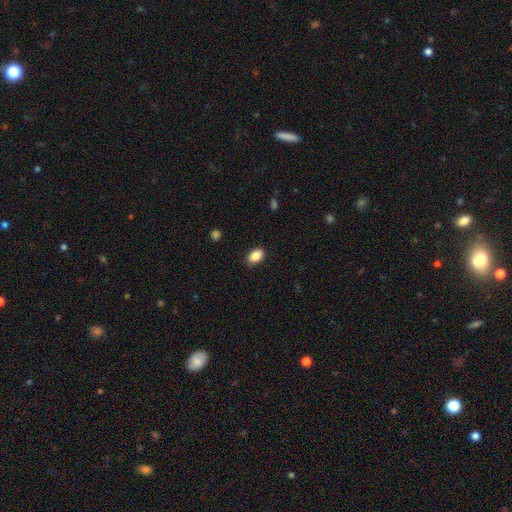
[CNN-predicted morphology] smooth 88%, star or artifact 8%, featured or disk 4%. Down the decision tree: how rounded — in between (84%); merging — none (82%).